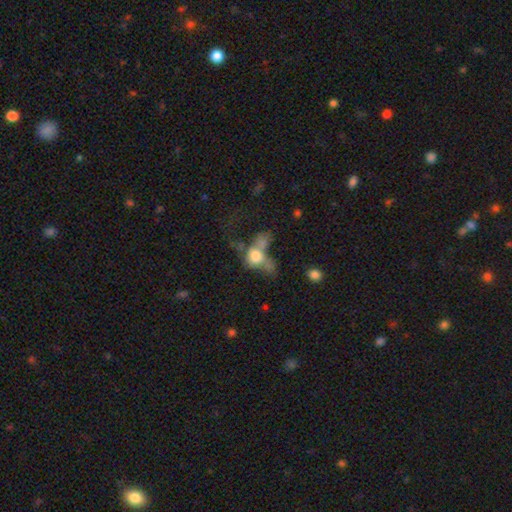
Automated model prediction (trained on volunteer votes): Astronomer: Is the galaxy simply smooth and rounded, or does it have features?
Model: smooth — 59%.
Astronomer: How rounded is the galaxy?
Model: in between — 53% (runner-up: round, 44%).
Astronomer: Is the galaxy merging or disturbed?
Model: merger — 45% (runner-up: major disturbance, 31%).